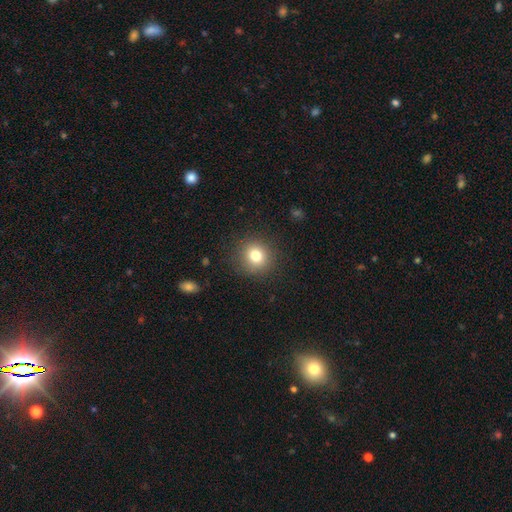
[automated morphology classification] The model was most divided on "smooth or featured": smooth: 80%, star or artifact: 12%, featured or disk: 8%. More confident: how rounded — round (88%); merging — none (88%).